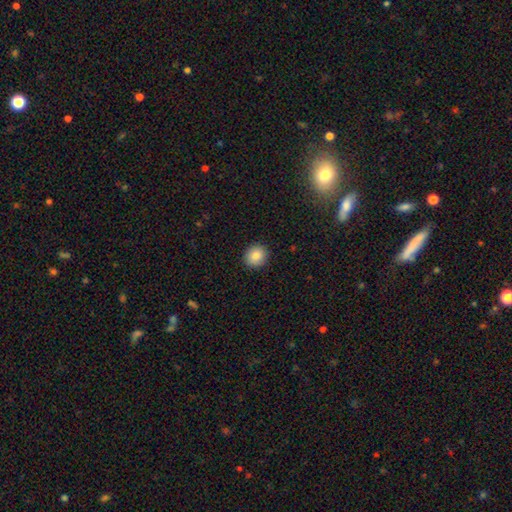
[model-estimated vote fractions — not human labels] The model was most divided on "how rounded": round: 83%, in between: 16%, cigar-shaped: 1%. More confident: merging — none (91%); smooth or featured — smooth (85%).